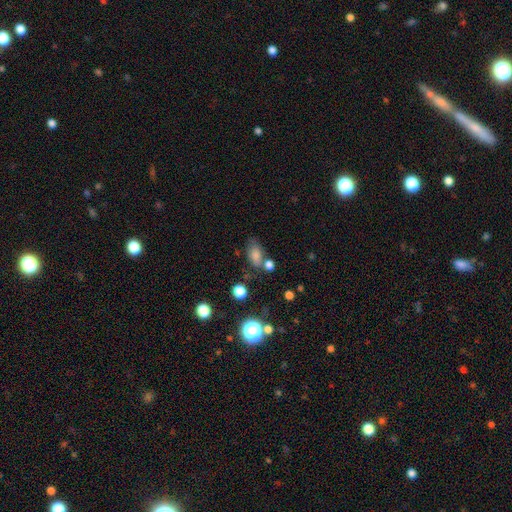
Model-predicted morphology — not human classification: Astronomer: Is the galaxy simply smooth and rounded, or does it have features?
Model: smooth — 75%.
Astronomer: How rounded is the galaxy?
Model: in between — 83%.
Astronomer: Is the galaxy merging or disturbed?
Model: none — 54%.